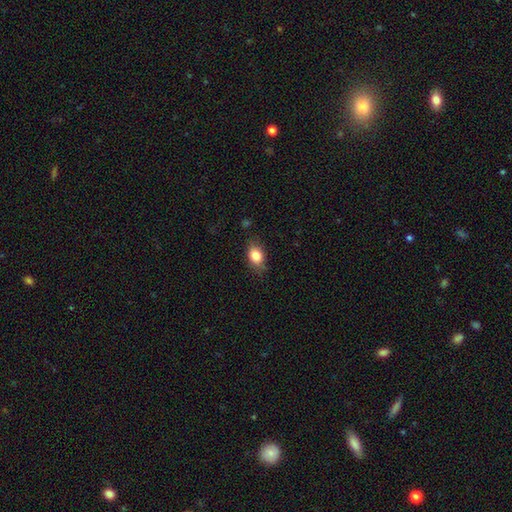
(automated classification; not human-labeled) Smooth or featured? Predicted: smooth (p=0.84). How rounded? Predicted: in between (p=0.75). Merging? Predicted: none (p=0.76).